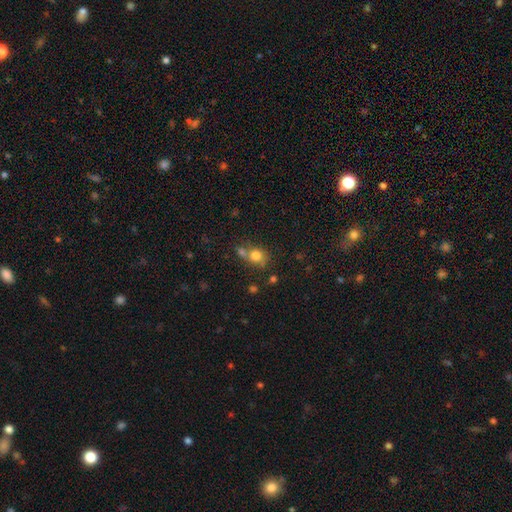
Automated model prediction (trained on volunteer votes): Morphology: type=smooth (77%); roundness=round (70%); merging=none (47%).